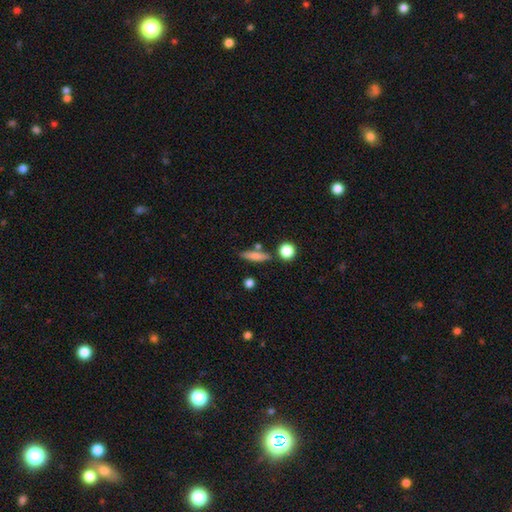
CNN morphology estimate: Smooth or featured: smooth — 74% (featured or disk — 17%)
How rounded: cigar-shaped — 69% (in between — 24%)
Merging: none — 77% (minor disturbance — 12%)